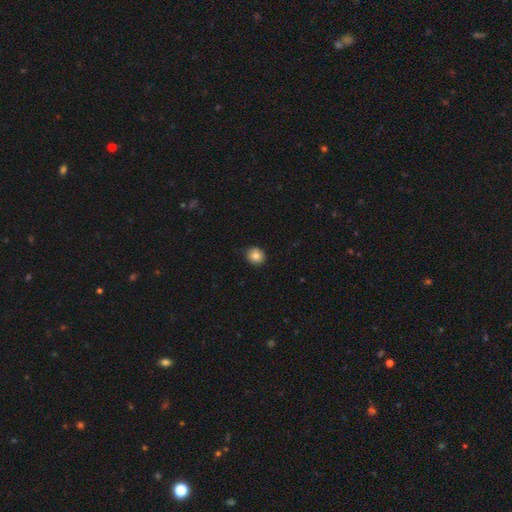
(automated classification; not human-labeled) A smooth galaxy with no disk features (80%) that is round (85%). Merging: none (84%).